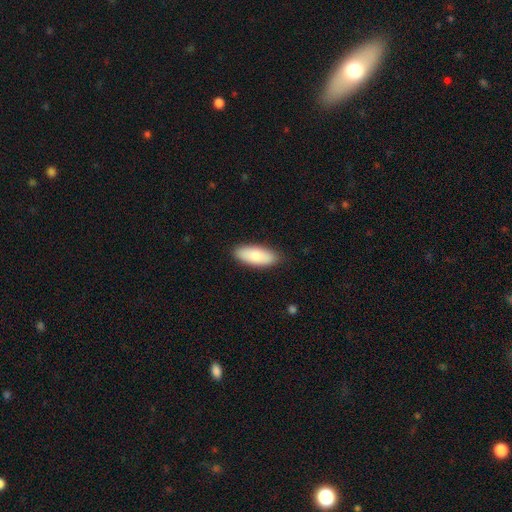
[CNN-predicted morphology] smooth_or_featured: smooth (p=0.84) [alt: featured or disk p=0.10]
how_rounded: in between (p=0.81) [alt: cigar-shaped p=0.17]
merging: none (p=0.87) [alt: minor disturbance p=0.10]